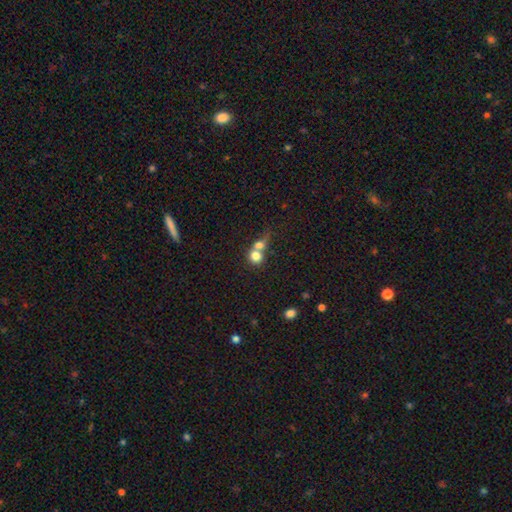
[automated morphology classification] Smooth or featured: smooth — 76% (featured or disk — 13%)
How rounded: round — 79% (in between — 20%)
Merging: merger — 63% (none — 26%)